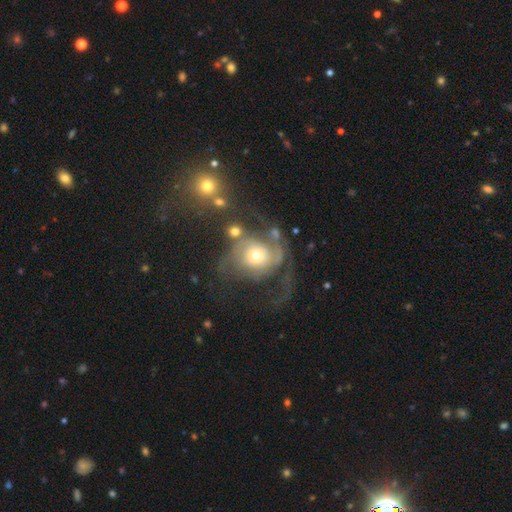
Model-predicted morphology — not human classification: Smooth or featured? Predicted: featured or disk (p=0.74). Edge-on disk? Predicted: no (p=0.97). Bar? Predicted: no (p=0.79). Spiral arms? Predicted: yes (p=0.85). Spiral winding? Predicted: medium (p=0.41). Spiral arm count? Predicted: 2 (p=0.51). Bulge size? Predicted: moderate (p=0.47). Merging? Predicted: major disturbance (p=0.39).